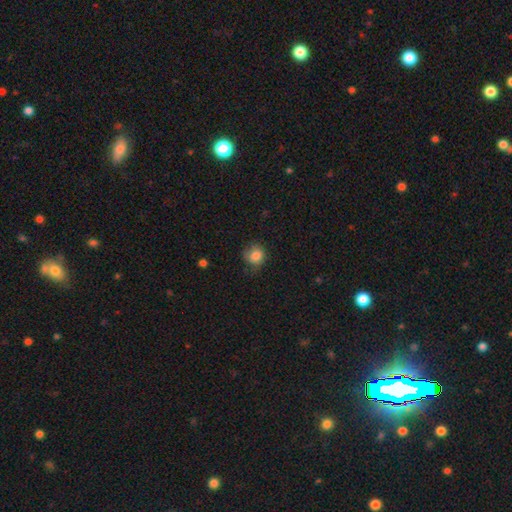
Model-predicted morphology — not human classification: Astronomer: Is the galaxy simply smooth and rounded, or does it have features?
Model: smooth — 84%.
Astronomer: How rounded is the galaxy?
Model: round — 84%.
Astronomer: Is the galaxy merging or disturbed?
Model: none — 69%.